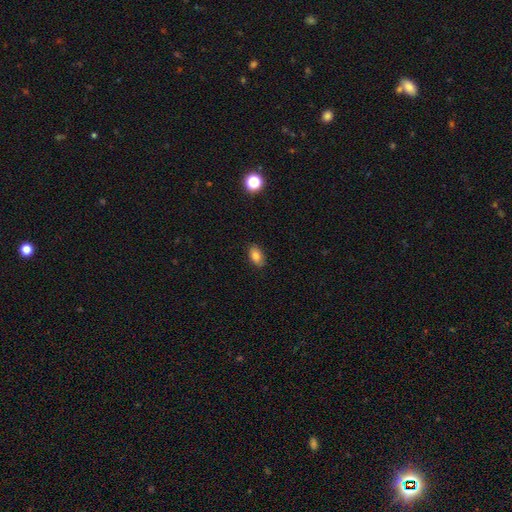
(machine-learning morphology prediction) smooth_or_featured: smooth (p=0.84) [alt: star or artifact p=0.09]
how_rounded: in between (p=0.90) [alt: round p=0.08]
merging: none (p=0.85) [alt: minor disturbance p=0.11]